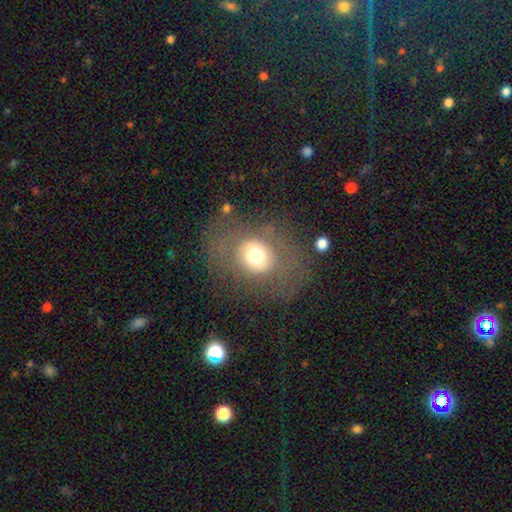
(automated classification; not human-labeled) smooth-or-featured: smooth: 60% | featured or disk: 26% | star or artifact: 14%
  how-rounded: round: 61% | in between: 38% | cigar-shaped: 1%
  merging: none: 68% | minor disturbance: 15% | major disturbance: 15% | merger: 2%